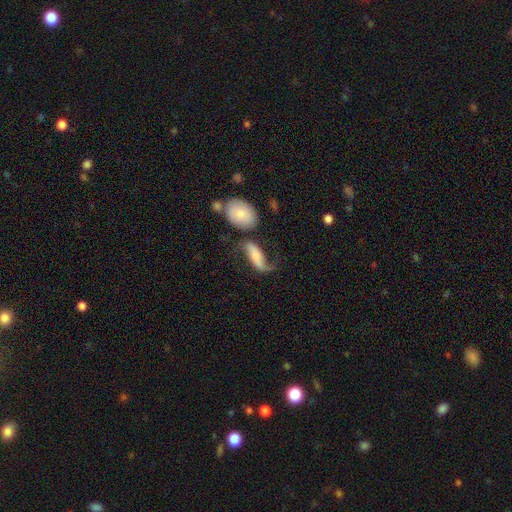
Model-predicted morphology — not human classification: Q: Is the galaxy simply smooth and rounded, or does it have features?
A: featured or disk — 60%.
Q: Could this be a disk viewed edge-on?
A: no — 88%.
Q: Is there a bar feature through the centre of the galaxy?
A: no — 46%.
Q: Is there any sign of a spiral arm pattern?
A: yes — 87%.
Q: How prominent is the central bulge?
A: small — 40%.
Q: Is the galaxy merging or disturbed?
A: none — 41%.